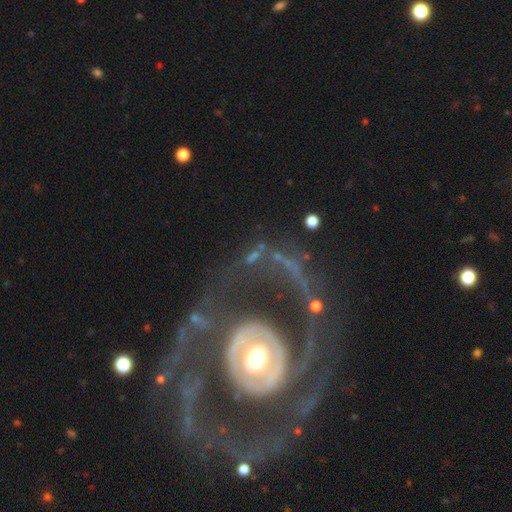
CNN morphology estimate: Q: Smooth or featured?
A: featured or disk (69%); runner-up: smooth (16%)
Q: Edge-on disk?
A: no (92%); runner-up: yes (8%)
Q: Bar?
A: no (61%); runner-up: weak (21%)
Q: Spiral arms?
A: yes (59%); runner-up: no (41%)
Q: Bulge size?
A: moderate (58%); runner-up: small (18%)
Q: Merging?
A: major disturbance (38%); runner-up: none (36%)